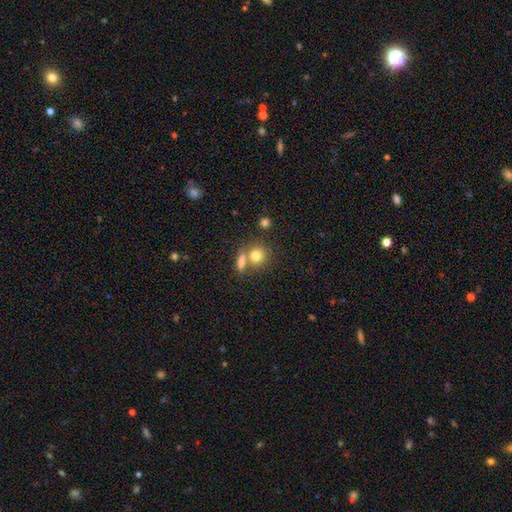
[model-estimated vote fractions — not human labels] Smooth or featured: smooth — 79% (featured or disk — 11%)
How rounded: round — 77% (in between — 21%)
Merging: none — 51% (merger — 36%)